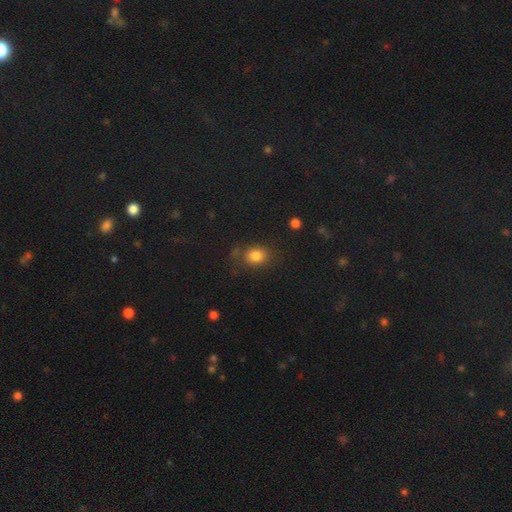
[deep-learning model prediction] A smooth galaxy with no disk features (81%) that is round (51%).

Vote fractions:
- Smooth or featured? smooth: 81% / star or artifact: 11% / featured or disk: 8%
- How rounded? round: 51% / in between: 48% / cigar-shaped: 1%
- Merging? none: 71% / minor disturbance: 18% / major disturbance: 7% / merger: 4%